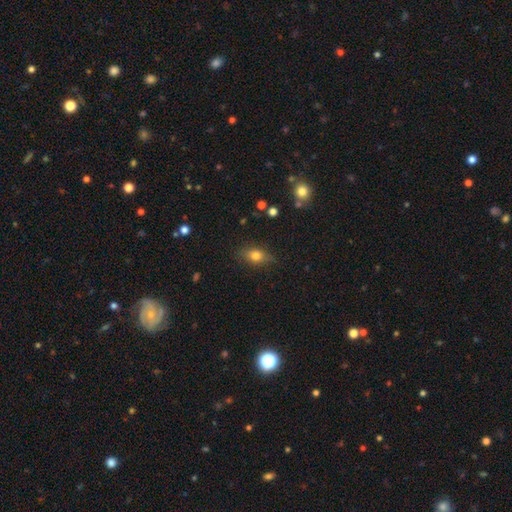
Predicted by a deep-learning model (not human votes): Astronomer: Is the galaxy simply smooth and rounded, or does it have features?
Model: smooth — 72%.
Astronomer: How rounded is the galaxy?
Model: in between — 75%.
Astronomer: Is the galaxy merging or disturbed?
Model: none — 78%.